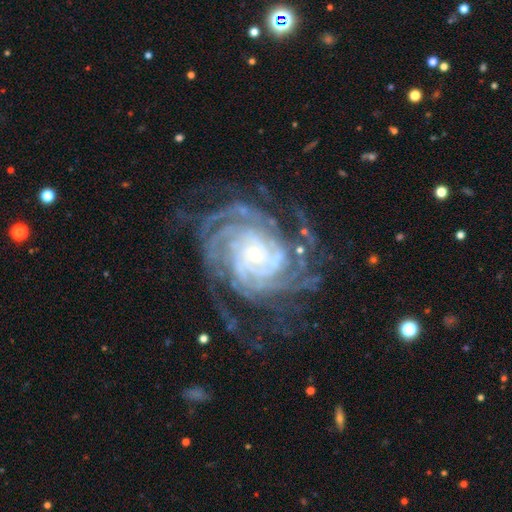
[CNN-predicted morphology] featured or disk 92%, star or artifact 5%, smooth 3%. Down the decision tree: edge-on disk — no (98%); bar — no (71%); spiral arms — yes (98%); spiral arm count — more than 4 (27%); spiral winding — tight (76%); bulge size — small (75%); merging — none (69%).